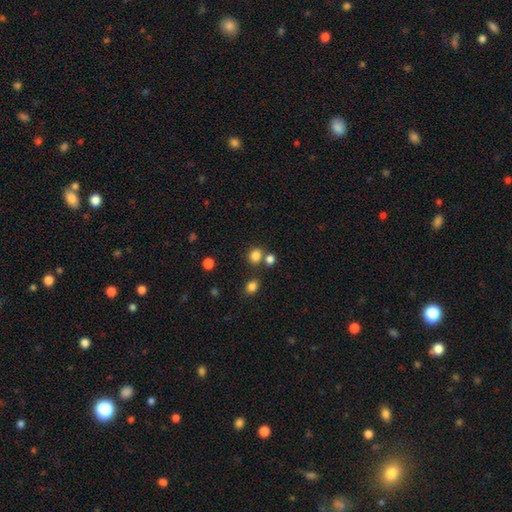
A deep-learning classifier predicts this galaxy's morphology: Q: Smooth or featured?
A: smooth (82%); runner-up: star or artifact (13%)
Q: How rounded?
A: round (74%); runner-up: in between (25%)
Q: Merging?
A: none (68%); runner-up: merger (19%)